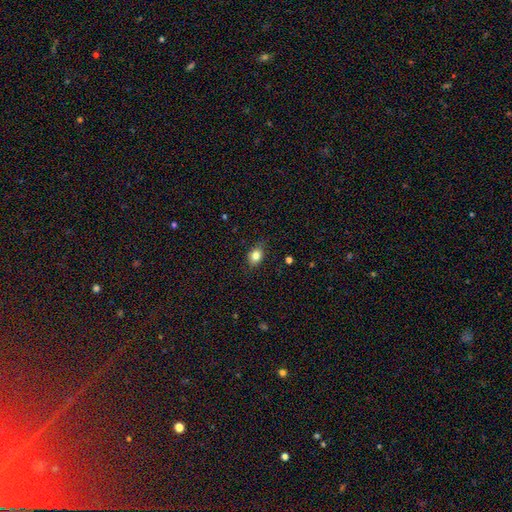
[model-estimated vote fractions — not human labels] smooth 82%, star or artifact 10%, featured or disk 8%. Down the decision tree: how rounded — in between (64%); merging — none (78%).